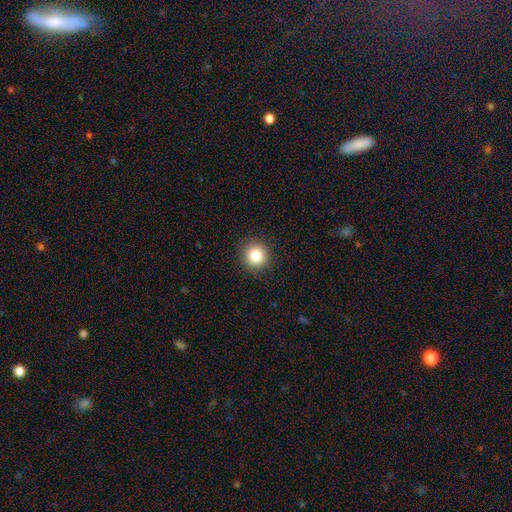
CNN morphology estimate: A smooth galaxy with no disk features (83%) that is round (92%).

Vote fractions:
- Smooth or featured? smooth: 83% / star or artifact: 11% / featured or disk: 6%
- How rounded? round: 92% / in between: 7% / cigar-shaped: 1%
- Merging? none: 92% / minor disturbance: 6% / major disturbance: 2% / merger: 1%